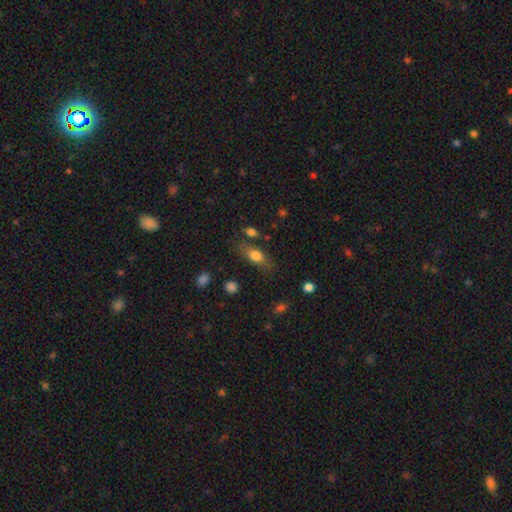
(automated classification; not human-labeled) Smooth or featured: smooth — 66% (featured or disk — 25%)
How rounded: in between — 68% (cigar-shaped — 24%)
Merging: none — 70% (minor disturbance — 18%)